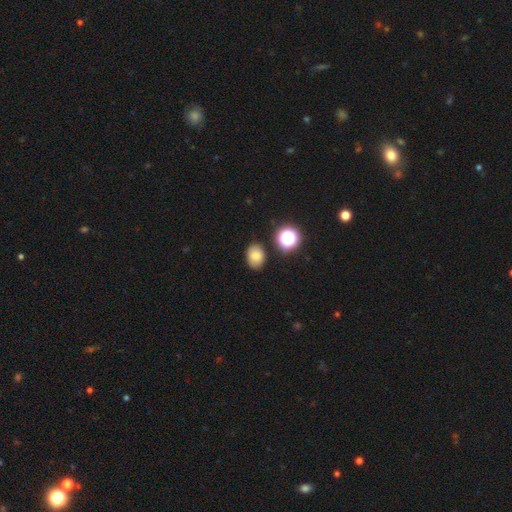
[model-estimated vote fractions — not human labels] smooth 80%, star or artifact 13%, featured or disk 8%. Down the decision tree: how rounded — in between (69%); merging — none (83%).